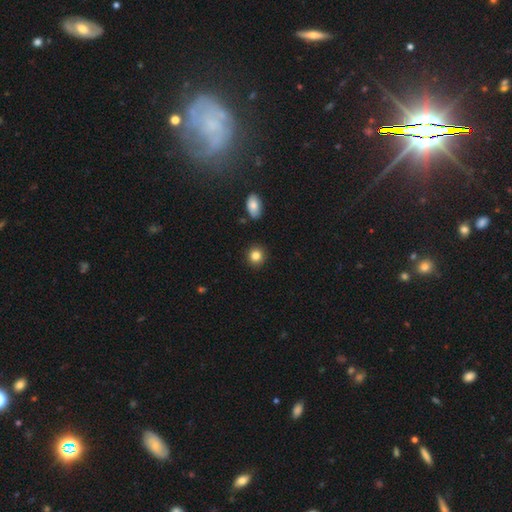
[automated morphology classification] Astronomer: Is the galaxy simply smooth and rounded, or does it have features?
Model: smooth — 84%.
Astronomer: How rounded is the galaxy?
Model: round — 87%.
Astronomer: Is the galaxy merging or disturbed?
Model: none — 90%.